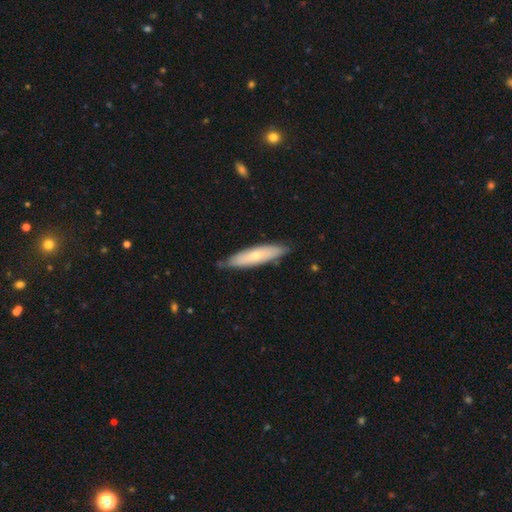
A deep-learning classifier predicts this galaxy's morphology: type=smooth (58%); roundness=cigar-shaped (74%); merging=none (80%).